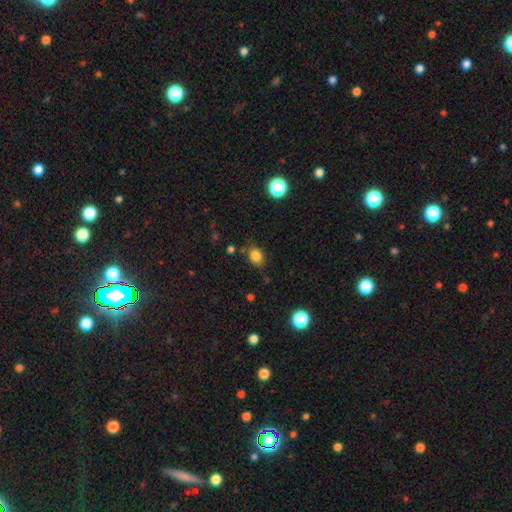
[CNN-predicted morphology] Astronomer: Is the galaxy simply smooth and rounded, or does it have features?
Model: smooth — 83%.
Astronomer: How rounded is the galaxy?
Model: in between — 51% (runner-up: round, 48%).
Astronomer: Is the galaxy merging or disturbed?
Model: none — 76%.